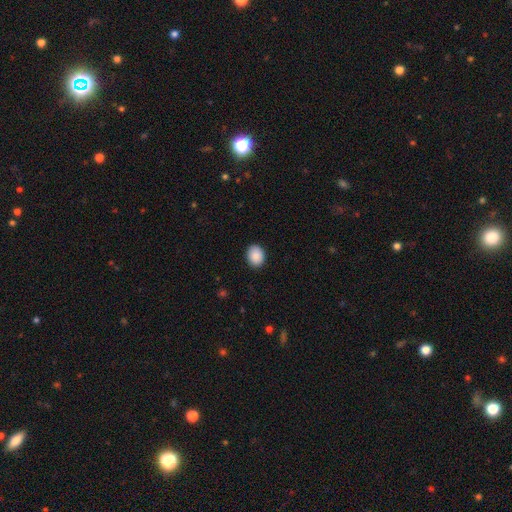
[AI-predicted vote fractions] Smooth or featured? Predicted: smooth (p=0.90). How rounded? Predicted: in between (p=0.53). Merging? Predicted: none (p=0.90).